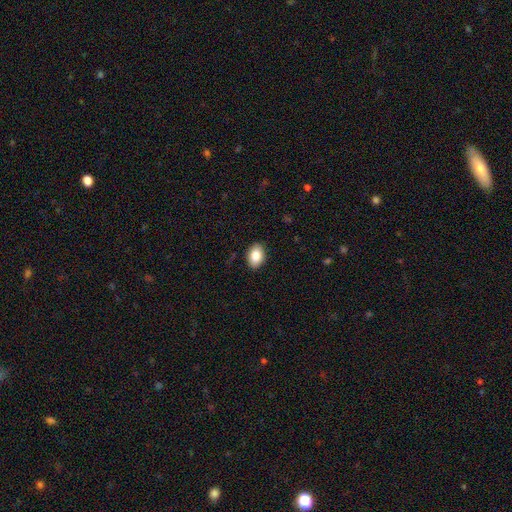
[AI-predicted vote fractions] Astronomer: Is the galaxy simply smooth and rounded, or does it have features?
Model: smooth — 85%.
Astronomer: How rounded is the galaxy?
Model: in between — 85%.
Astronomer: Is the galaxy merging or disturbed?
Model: none — 88%.